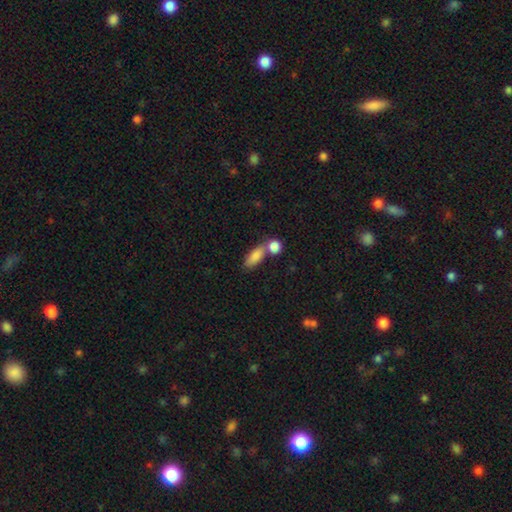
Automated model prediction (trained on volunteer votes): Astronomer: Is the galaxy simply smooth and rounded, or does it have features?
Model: smooth — 83%.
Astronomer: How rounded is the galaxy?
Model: in between — 74%.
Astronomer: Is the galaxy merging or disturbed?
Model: none — 45% (runner-up: merger, 40%).